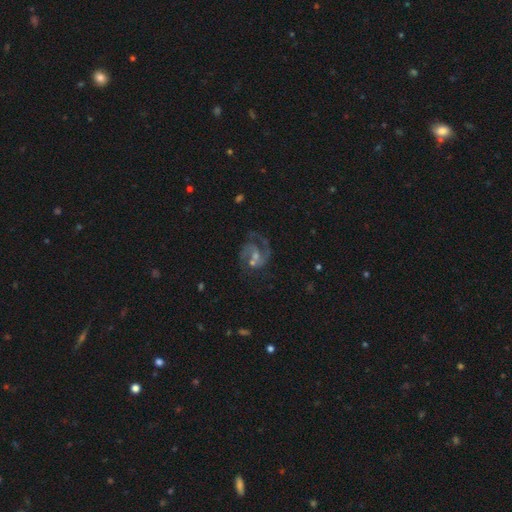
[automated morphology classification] A featured or disk galaxy (82%) with no bar (48%), 2 (74%) medium (56%) spiral arms (93%) and a small central bulge (48%). Merging: none (52%).